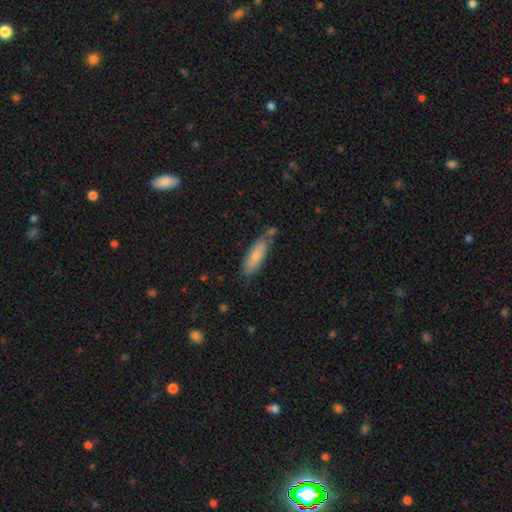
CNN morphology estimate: Smooth or featured: smooth — 79% (featured or disk — 15%)
How rounded: cigar-shaped — 55% (in between — 43%)
Merging: none — 61% (minor disturbance — 23%)